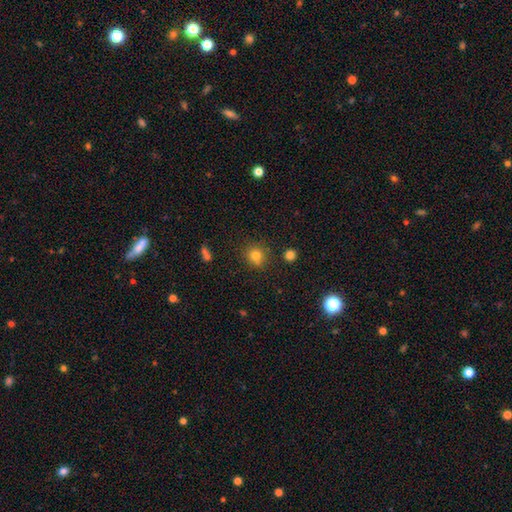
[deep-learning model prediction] smooth-or-featured: smooth: 78% | star or artifact: 15% | featured or disk: 7%
  how-rounded: round: 88% | in between: 11% | cigar-shaped: 1%
  merging: none: 80% | minor disturbance: 11% | merger: 6% | major disturbance: 3%